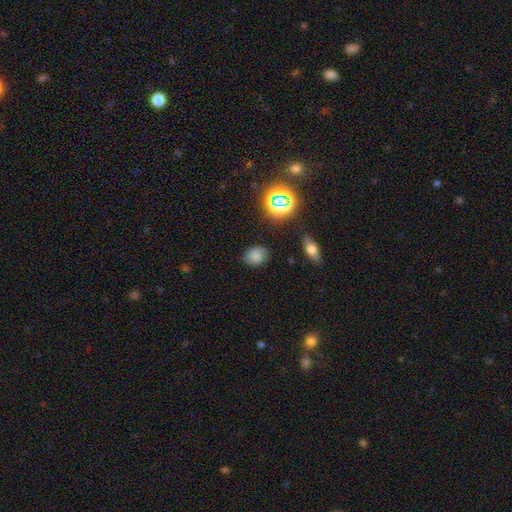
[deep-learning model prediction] Smooth or featured? smooth (76%)
How rounded? round (57%)
Merging? none (81%)